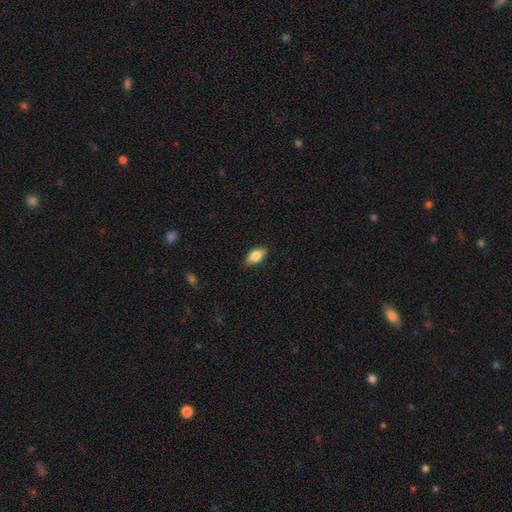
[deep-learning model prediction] Morphology: type=smooth (73%); roundness=in between (86%); merging=none (86%).